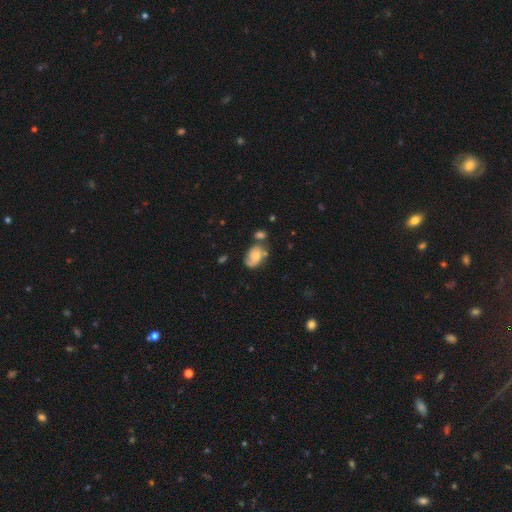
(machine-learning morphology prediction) A smooth galaxy with no disk features (47%).

Vote fractions:
- Smooth or featured? smooth: 47% / featured or disk: 44% / star or artifact: 9%
- Merging? none: 47% / minor disturbance: 26% / merger: 17% / major disturbance: 10%